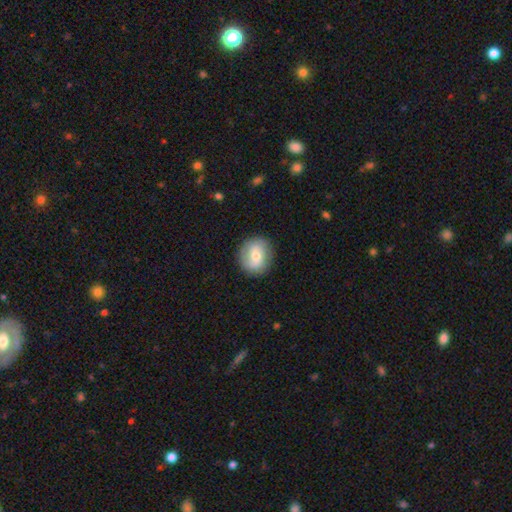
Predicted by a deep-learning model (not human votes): A smooth galaxy with no disk features (51%) that is round (76%). Merging: none (85%).